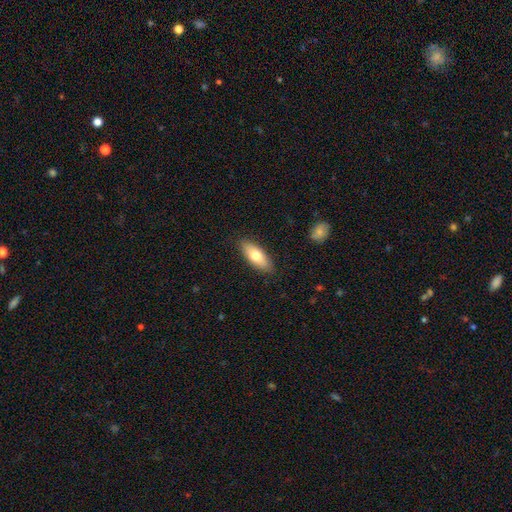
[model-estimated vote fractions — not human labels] Smooth or featured? Predicted: smooth (p=0.73). How rounded? Predicted: in between (p=0.76). Merging? Predicted: none (p=0.87).